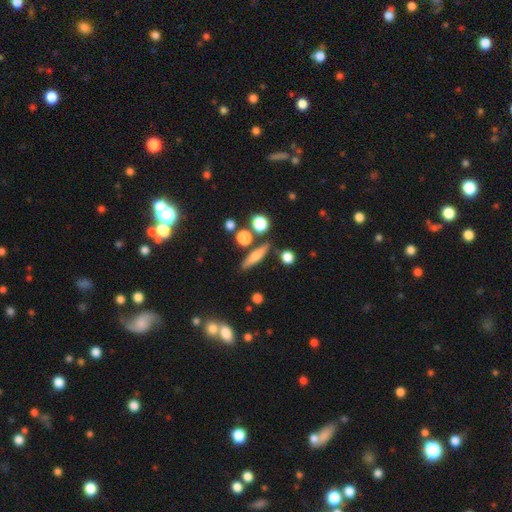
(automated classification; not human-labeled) Smooth or featured? smooth (60%)
How rounded? cigar-shaped (74%)
Merging? none (78%)